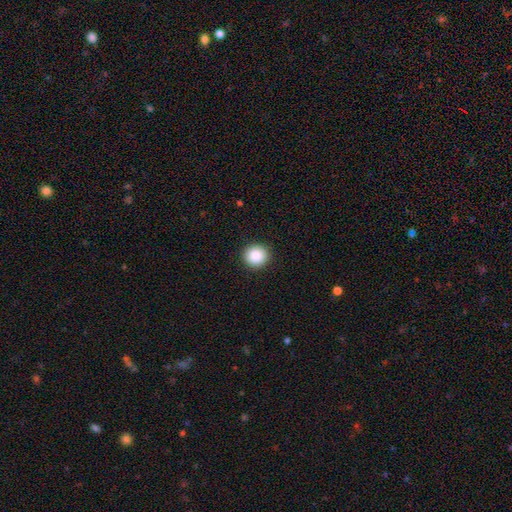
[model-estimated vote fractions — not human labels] Smooth or featured: smooth — 88% (star or artifact — 8%)
How rounded: round — 90% (in between — 9%)
Merging: none — 92% (minor disturbance — 5%)